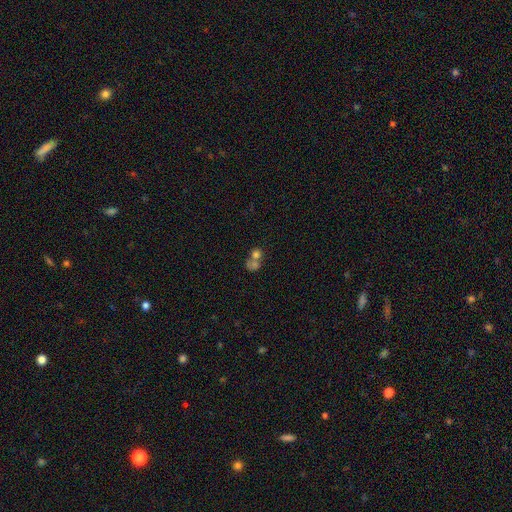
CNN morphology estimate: Smooth or featured? Predicted: smooth (p=0.64). How rounded? Predicted: round (p=0.73). Merging? Predicted: merger (p=0.62).